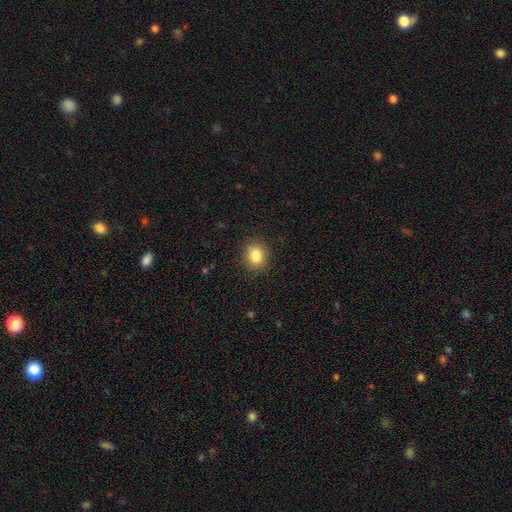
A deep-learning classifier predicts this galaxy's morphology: Q: Smooth or featured?
A: smooth (84%); runner-up: star or artifact (10%)
Q: How rounded?
A: round (63%); runner-up: in between (36%)
Q: Merging?
A: none (88%); runner-up: minor disturbance (8%)